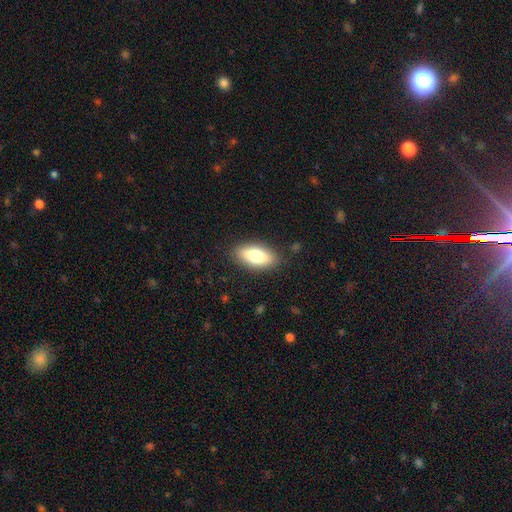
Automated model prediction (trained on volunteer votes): The model was most divided on "smooth or featured": smooth: 76%, featured or disk: 17%, star or artifact: 7%. More confident: merging — none (86%); how rounded — in between (84%).